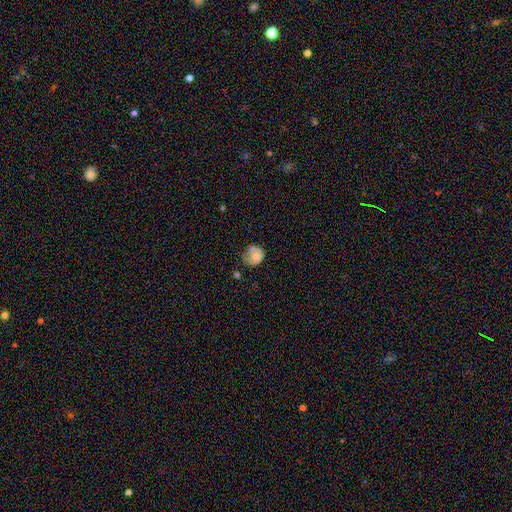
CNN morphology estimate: Smooth or featured? smooth (57%)
How rounded? round (75%)
Merging? none (47%)